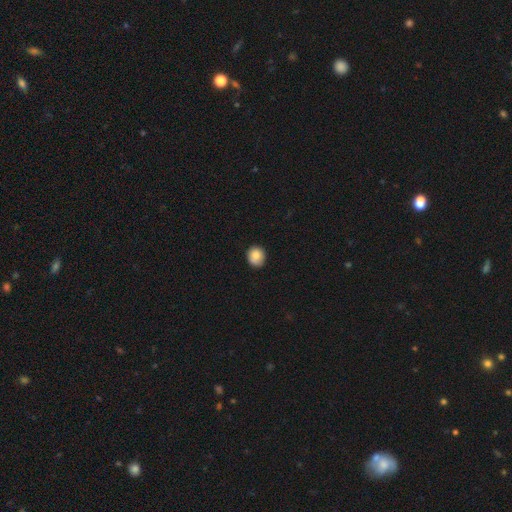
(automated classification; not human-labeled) A smooth galaxy with no disk features (86%) that is round (81%).

Vote fractions:
- Smooth or featured? smooth: 86% / star or artifact: 8% / featured or disk: 6%
- How rounded? round: 81% / in between: 18% / cigar-shaped: 1%
- Merging? none: 83% / minor disturbance: 14% / major disturbance: 2% / merger: 1%